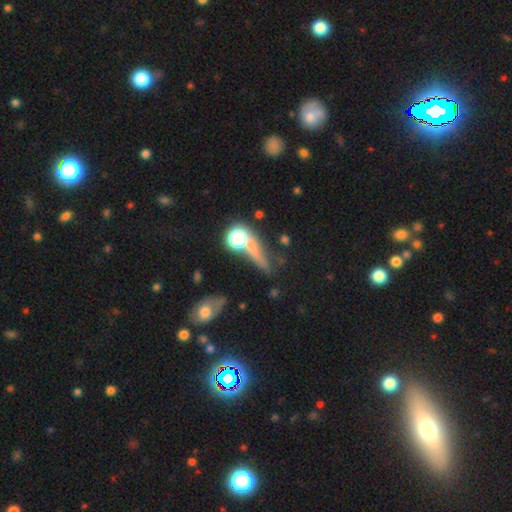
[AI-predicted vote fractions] This is possibly a smooth galaxy (52%). How rounded: possibly cigar-shaped (57%). Merging: possibly none (55%).